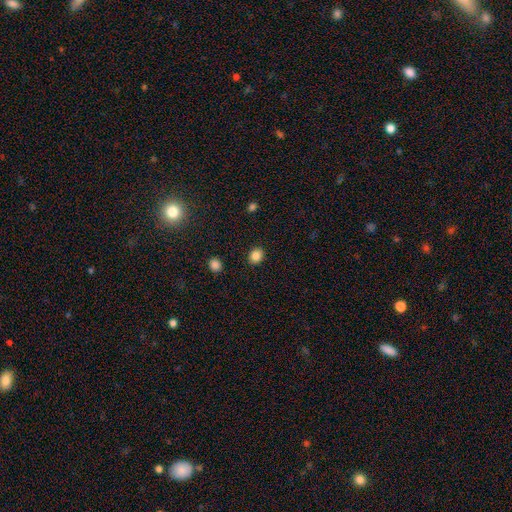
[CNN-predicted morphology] A smooth galaxy with no disk features (85%) that is round (67%). Merging: none (90%).